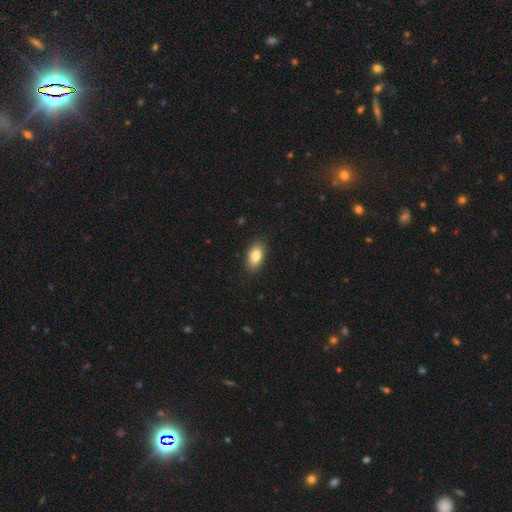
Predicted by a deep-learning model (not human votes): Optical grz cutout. It shows a smooth galaxy with no disk features (83%) that is in between round and cigar-shaped (91%). Merging: none (87%).